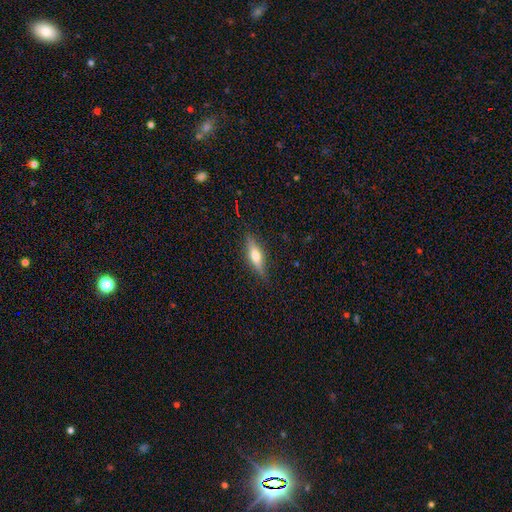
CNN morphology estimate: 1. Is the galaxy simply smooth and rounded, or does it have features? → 49% featured or disk, 43% smooth, 7% star or artifact.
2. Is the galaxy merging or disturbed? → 86% none, 10% minor disturbance, 2% major disturbance, 1% merger.